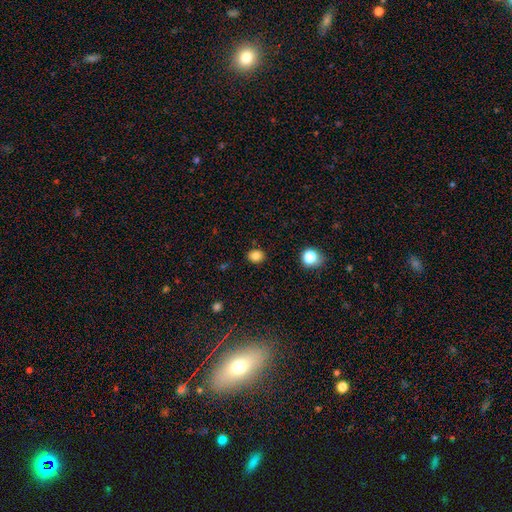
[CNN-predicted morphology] The model was most divided on "how rounded": round: 66%, in between: 33%, cigar-shaped: 1%. More confident: merging — none (87%); smooth or featured — smooth (83%).